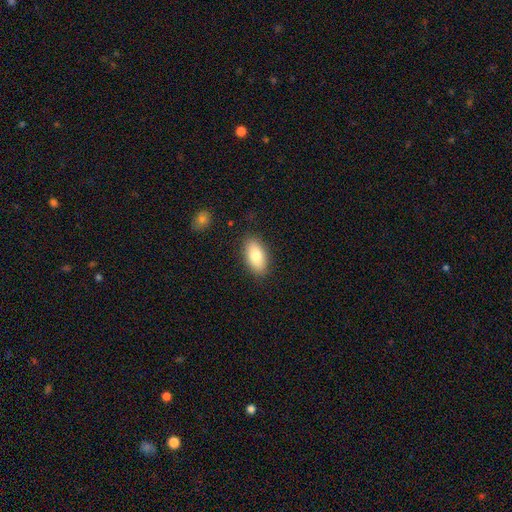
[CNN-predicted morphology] Smooth or featured? Predicted: smooth (p=0.79). How rounded? Predicted: in between (p=0.93). Merging? Predicted: none (p=0.86).